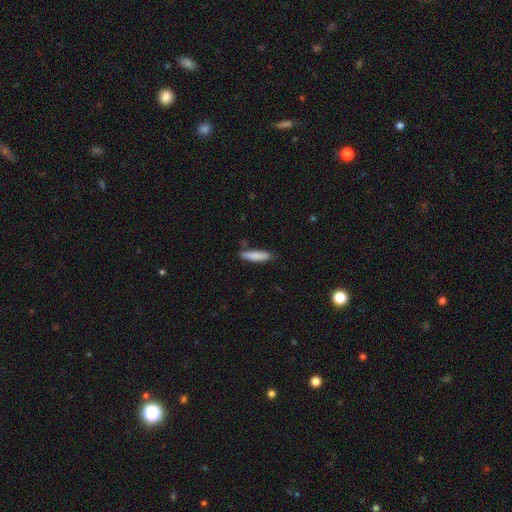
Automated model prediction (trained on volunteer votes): Smooth or featured: smooth — 85% (featured or disk — 9%)
How rounded: cigar-shaped — 82% (in between — 17%)
Merging: none — 81% (minor disturbance — 14%)